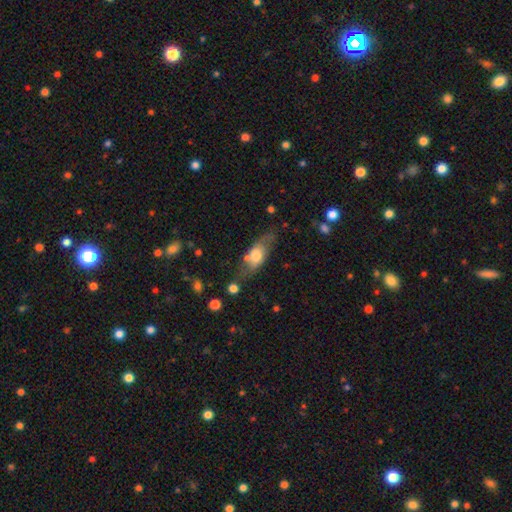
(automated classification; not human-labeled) Morphology: type=smooth (59%); roundness=in between (76%); merging=none (59%).